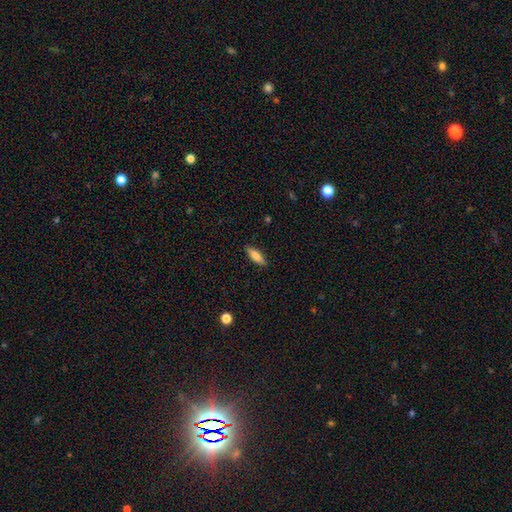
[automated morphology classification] The model was most divided on "how rounded": in between: 50%, cigar-shaped: 48%, round: 2%. More confident: merging — none (88%); smooth or featured — smooth (78%).